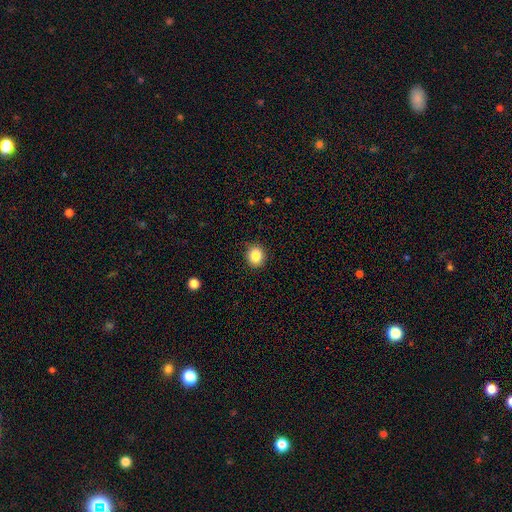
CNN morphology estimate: This appears to be a smooth galaxy with no disk features (86%) that is round (78%). Merging: none (89%).